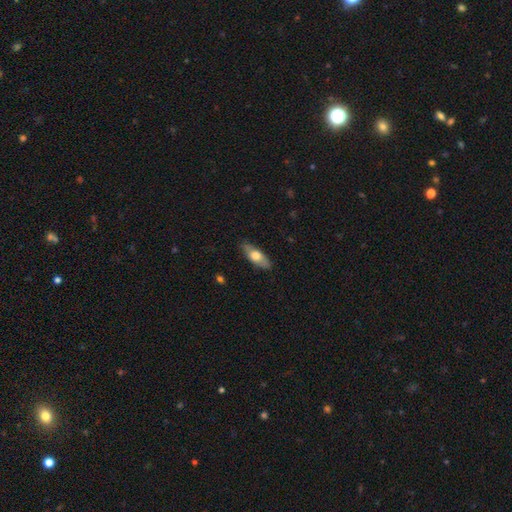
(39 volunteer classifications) A smooth galaxy with no disk features (67%) that is in between round and cigar-shaped (77%). Merging: none (81%).